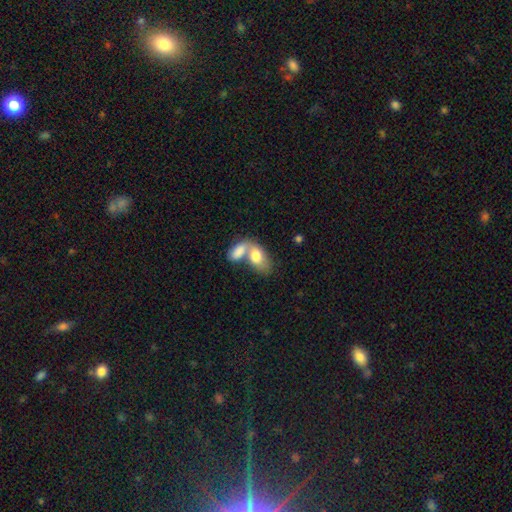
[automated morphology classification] smooth_or_featured: smooth (p=0.76) [alt: featured or disk p=0.18]
how_rounded: in between (p=0.91) [alt: round p=0.06]
merging: merger (p=0.70) [alt: none p=0.18]